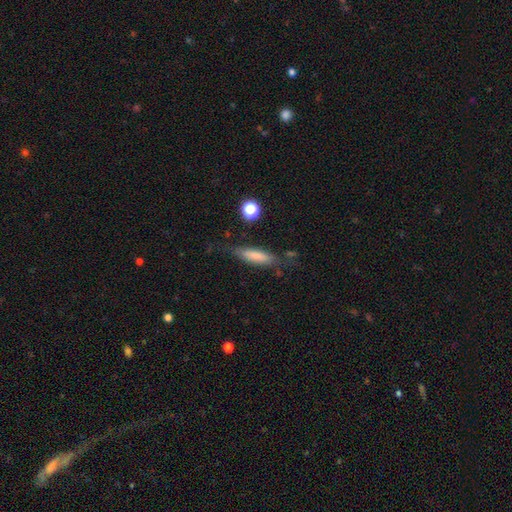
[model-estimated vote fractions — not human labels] Overall: smooth (71%). How rounded: cigar-shaped (75%). Merging: none (73%).